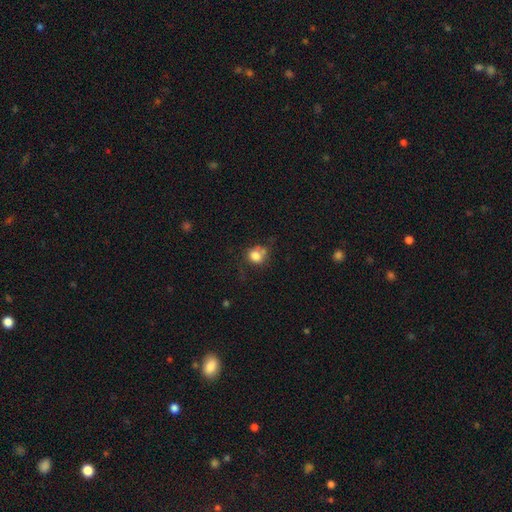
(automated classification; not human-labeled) Smooth or featured? smooth (79%)
How rounded? round (72%)
Merging? none (49%)